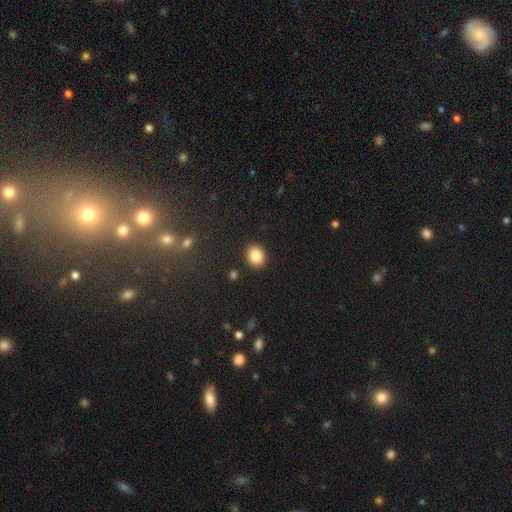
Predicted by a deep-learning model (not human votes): Smooth or featured?
  - smooth: 86% *
  - star or artifact: 9%
  - featured or disk: 5%
How rounded?
  - round: 54% *
  - in between: 45%
  - cigar-shaped: 1%
Merging?
  - none: 89% *
  - minor disturbance: 7%
  - major disturbance: 2%
  - merger: 2%